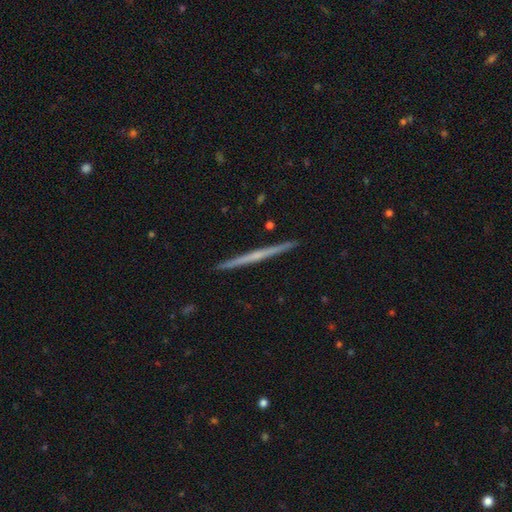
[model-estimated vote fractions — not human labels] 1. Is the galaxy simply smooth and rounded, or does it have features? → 71% featured or disk, 23% smooth, 6% star or artifact.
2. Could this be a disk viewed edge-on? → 98% yes, 2% no.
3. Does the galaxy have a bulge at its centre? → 60% none, 34% rounded, 6% boxy.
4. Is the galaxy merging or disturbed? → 93% none, 5% minor disturbance, 1% major disturbance, 1% merger.